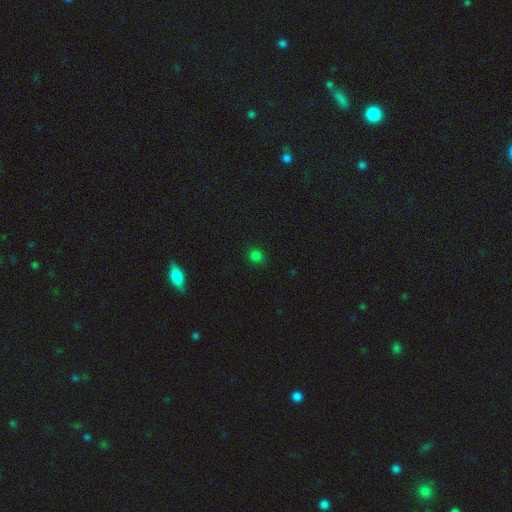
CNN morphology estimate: Smooth or featured? Predicted: smooth (p=0.78). How rounded? Predicted: round (p=0.85). Merging? Predicted: none (p=0.89).